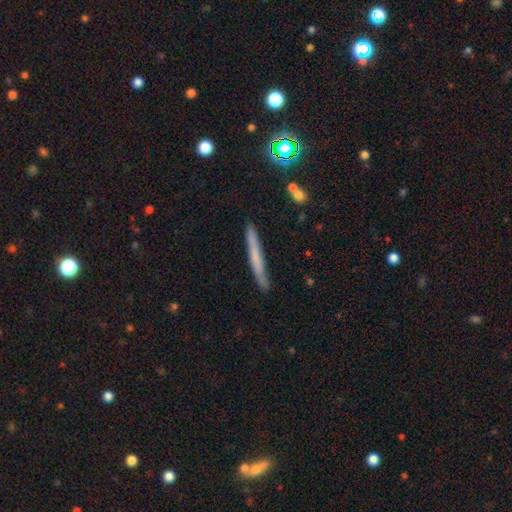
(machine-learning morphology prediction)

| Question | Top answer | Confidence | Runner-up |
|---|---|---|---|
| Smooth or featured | smooth | 54% | featured or disk (38%) |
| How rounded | cigar-shaped | 96% | in between (2%) |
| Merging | none | 86% | minor disturbance (11%) |